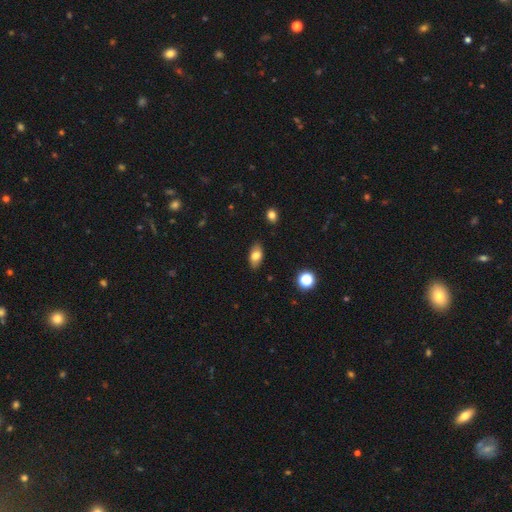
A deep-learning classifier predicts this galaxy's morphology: Smooth or featured? Predicted: smooth (p=0.78). How rounded? Predicted: in between (p=0.88). Merging? Predicted: none (p=0.86).